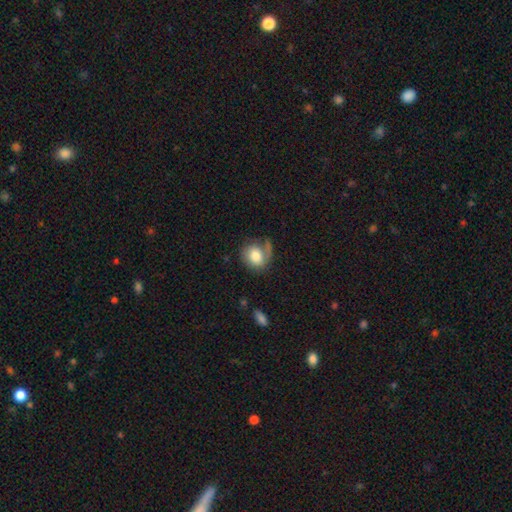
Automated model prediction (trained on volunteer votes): Smooth or featured? smooth (69%)
How rounded? round (62%)
Merging? none (52%)